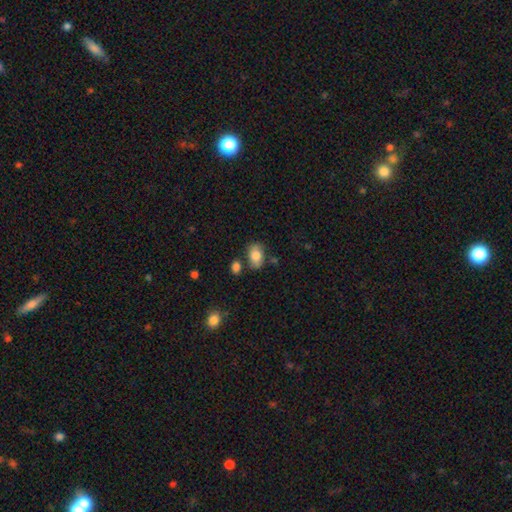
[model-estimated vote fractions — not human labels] Smooth or featured? smooth (81%)
How rounded? in between (83%)
Merging? none (68%)